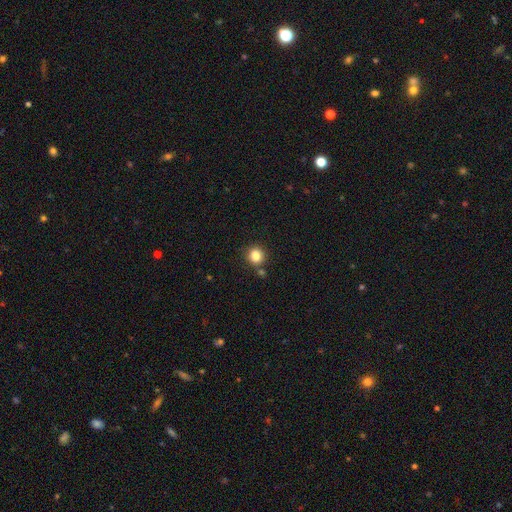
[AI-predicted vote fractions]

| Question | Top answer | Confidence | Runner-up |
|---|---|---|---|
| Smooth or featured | smooth | 85% | star or artifact (11%) |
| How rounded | round | 87% | in between (12%) |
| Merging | none | 78% | minor disturbance (10%) |